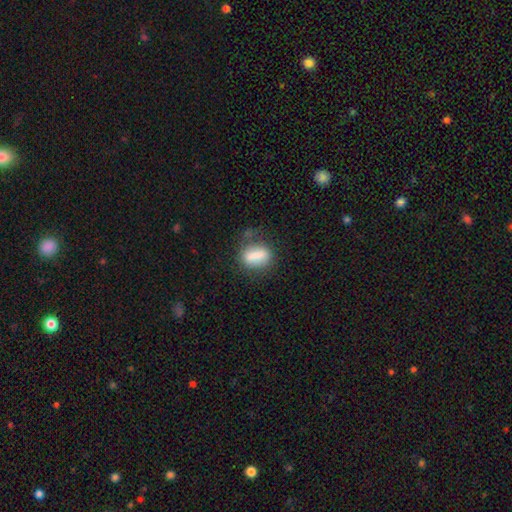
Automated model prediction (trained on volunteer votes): Smooth or featured?
  - smooth: 76% *
  - featured or disk: 15%
  - star or artifact: 9%
How rounded?
  - in between: 67% *
  - cigar-shaped: 18%
  - round: 15%
Merging?
  - none: 63% *
  - minor disturbance: 20%
  - major disturbance: 10%
  - merger: 6%